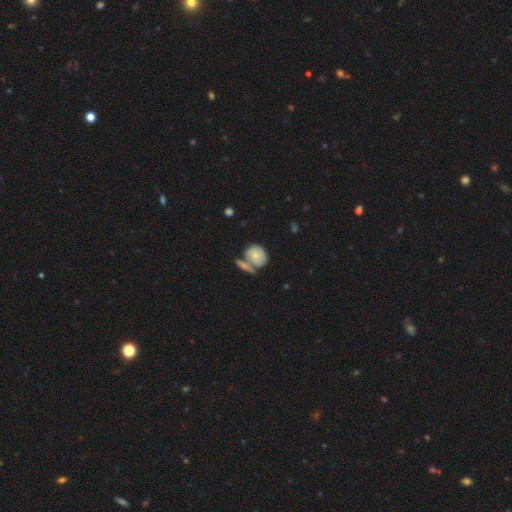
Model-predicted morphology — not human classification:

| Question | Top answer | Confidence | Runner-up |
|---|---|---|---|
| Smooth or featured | smooth | 59% | featured or disk (33%) |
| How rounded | round | 70% | in between (28%) |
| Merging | none | 41% | merger (37%) |